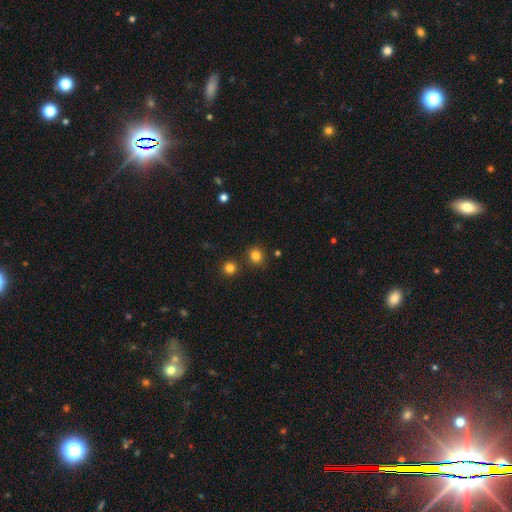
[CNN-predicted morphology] type=smooth (82%); roundness=round (82%); merging=none (82%).